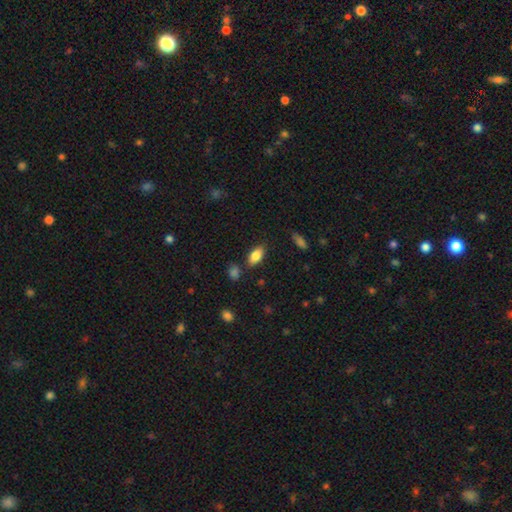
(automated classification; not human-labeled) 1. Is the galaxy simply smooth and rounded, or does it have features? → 83% smooth, 10% featured or disk, 8% star or artifact.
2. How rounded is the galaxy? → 90% in between, 7% cigar-shaped, 3% round.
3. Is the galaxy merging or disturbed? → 80% none, 12% minor disturbance, 5% merger, 3% major disturbance.